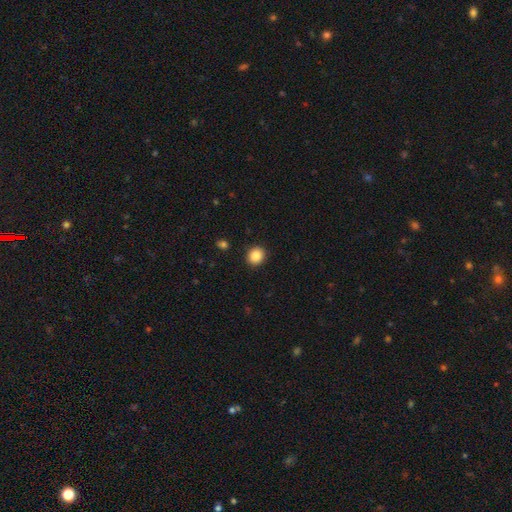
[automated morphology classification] The model was most divided on "how rounded": round: 80%, in between: 19%, cigar-shaped: 1%. More confident: merging — none (91%); smooth or featured — smooth (86%).